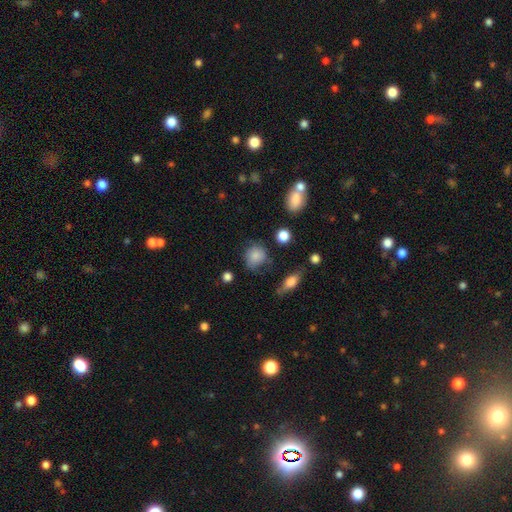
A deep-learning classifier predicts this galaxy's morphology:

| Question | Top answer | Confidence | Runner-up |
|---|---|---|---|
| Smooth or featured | smooth | 81% | star or artifact (10%) |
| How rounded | round | 76% | in between (23%) |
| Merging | none | 60% | minor disturbance (27%) |